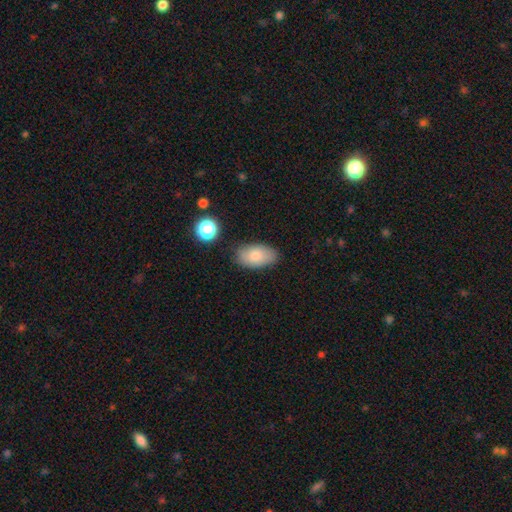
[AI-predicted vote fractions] This appears to be a smooth galaxy with no disk features (81%) that is in between round and cigar-shaped (93%). Merging: none (80%).